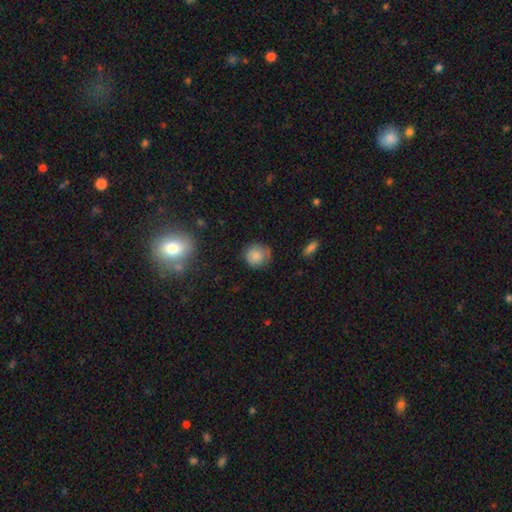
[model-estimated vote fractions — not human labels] Smooth or featured? smooth (79%)
How rounded? round (90%)
Merging? none (75%)